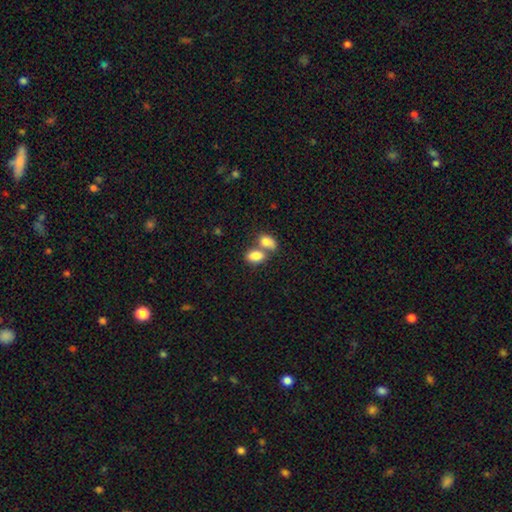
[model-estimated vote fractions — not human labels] Overall: smooth (83%). How rounded: in between (88%). Merging: merger (56%; none 32%).